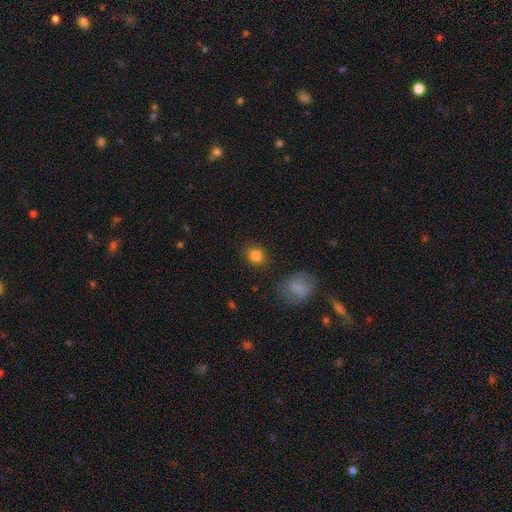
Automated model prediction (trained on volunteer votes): Q: Smooth or featured?
A: smooth (84%); runner-up: star or artifact (11%)
Q: How rounded?
A: round (85%); runner-up: in between (14%)
Q: Merging?
A: none (88%); runner-up: minor disturbance (7%)